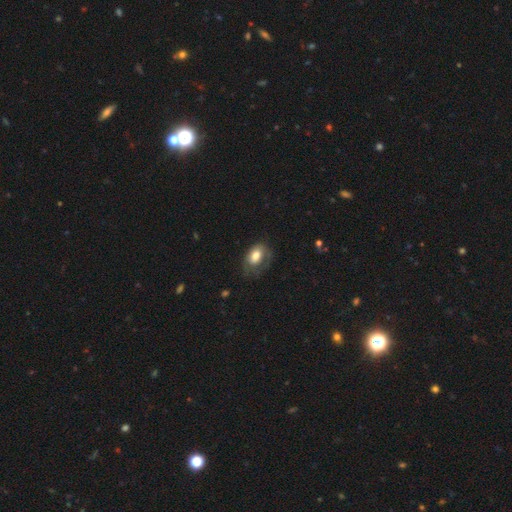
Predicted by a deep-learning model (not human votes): Q: Smooth or featured?
A: smooth (68%); runner-up: featured or disk (25%)
Q: How rounded?
A: in between (81%); runner-up: round (18%)
Q: Merging?
A: none (46%); runner-up: minor disturbance (28%)